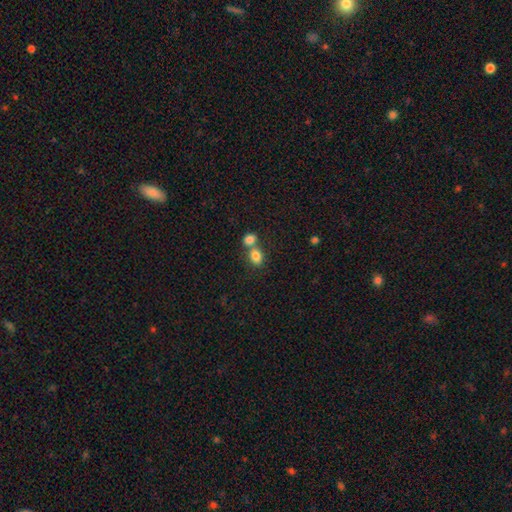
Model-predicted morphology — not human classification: A smooth galaxy with no disk features (82%) that is in between round and cigar-shaped (64%).

Vote fractions:
- Smooth or featured? smooth: 82% / star or artifact: 10% / featured or disk: 8%
- How rounded? in between: 64% / round: 34% / cigar-shaped: 1%
- Merging? merger: 51% / none: 38% / minor disturbance: 8% / major disturbance: 3%